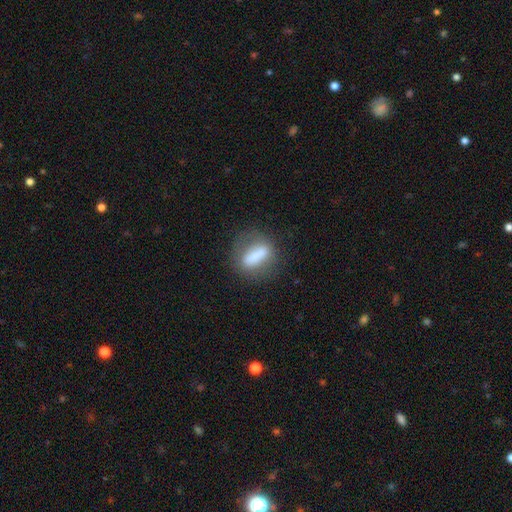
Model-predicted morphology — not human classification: Q: Smooth or featured?
A: smooth (67%); runner-up: featured or disk (24%)
Q: How rounded?
A: in between (56%); runner-up: cigar-shaped (32%)
Q: Merging?
A: none (67%); runner-up: minor disturbance (18%)